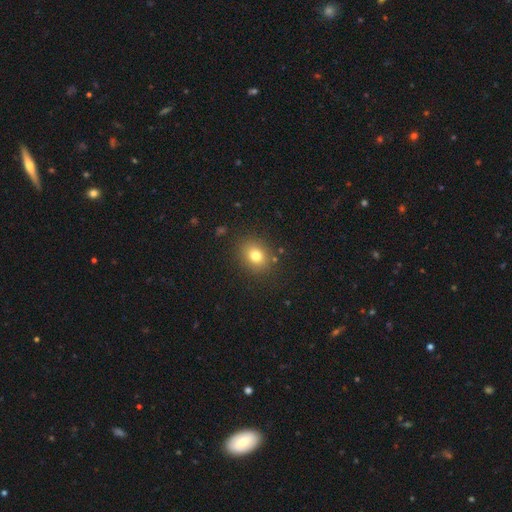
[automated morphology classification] This is likely a smooth galaxy (78%). How rounded: possibly round (57%). Merging: clearly none (85%).